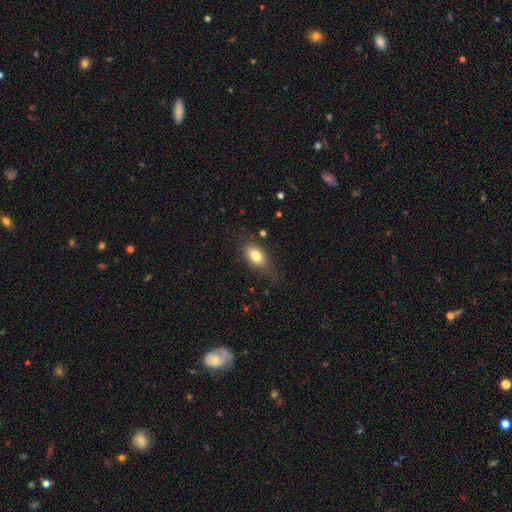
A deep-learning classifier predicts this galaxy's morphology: A smooth galaxy with no disk features (80%) that is in between round and cigar-shaped (86%). Merging: none (73%).